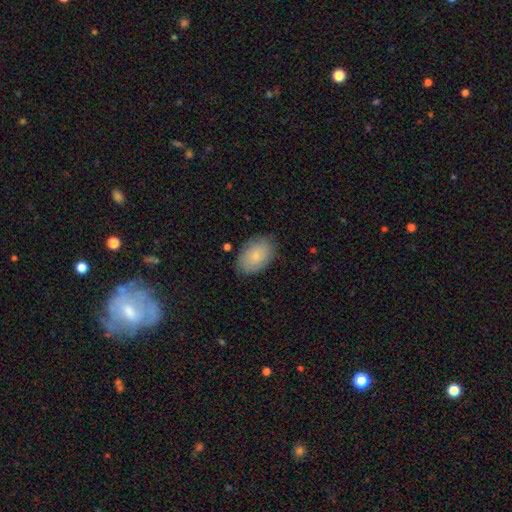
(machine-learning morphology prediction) Smooth or featured: smooth — 83% (featured or disk — 11%)
How rounded: in between — 90% (round — 9%)
Merging: none — 83% (minor disturbance — 13%)